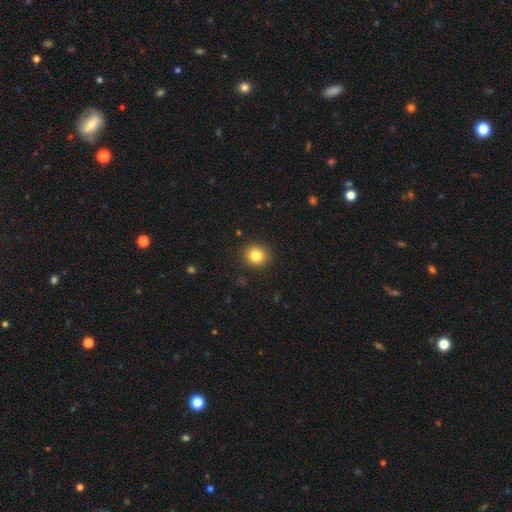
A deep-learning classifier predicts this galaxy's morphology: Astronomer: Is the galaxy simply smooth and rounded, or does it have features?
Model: smooth — 83%.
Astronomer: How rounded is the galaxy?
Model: round — 87%.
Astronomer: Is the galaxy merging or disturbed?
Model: none — 91%.